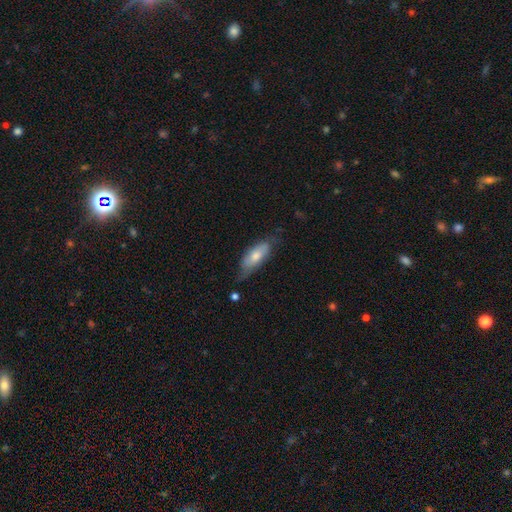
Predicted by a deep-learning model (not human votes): Smooth or featured: smooth — 66% (featured or disk — 28%)
How rounded: in between — 74% (cigar-shaped — 23%)
Merging: none — 51% (minor disturbance — 35%)